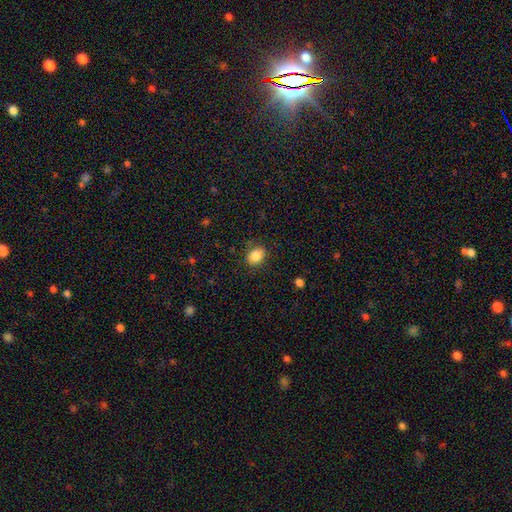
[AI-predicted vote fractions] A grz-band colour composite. It shows a smooth galaxy with no disk features (85%) that is in between round and cigar-shaped (61%). Merging: none (85%).